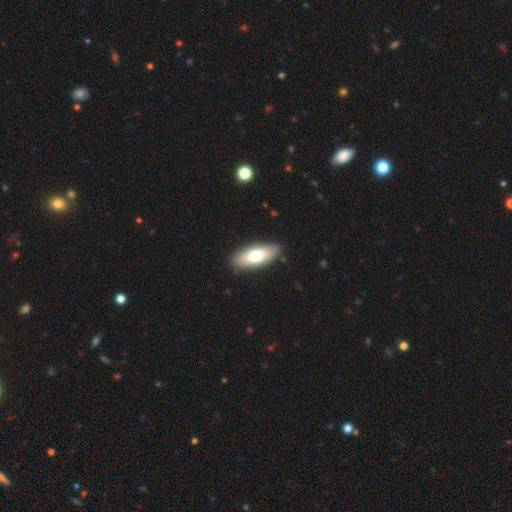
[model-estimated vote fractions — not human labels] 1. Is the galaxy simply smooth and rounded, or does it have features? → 70% smooth, 24% featured or disk, 6% star or artifact.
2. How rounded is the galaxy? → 82% in between, 16% cigar-shaped, 2% round.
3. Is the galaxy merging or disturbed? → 87% none, 10% minor disturbance, 2% major disturbance, 1% merger.